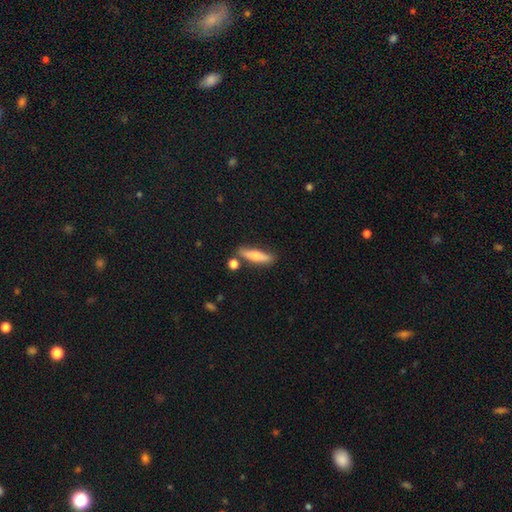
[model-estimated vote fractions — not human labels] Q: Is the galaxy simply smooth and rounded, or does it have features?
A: smooth — 66%.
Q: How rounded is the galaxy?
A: cigar-shaped — 72%.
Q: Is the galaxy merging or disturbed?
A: none — 75%.